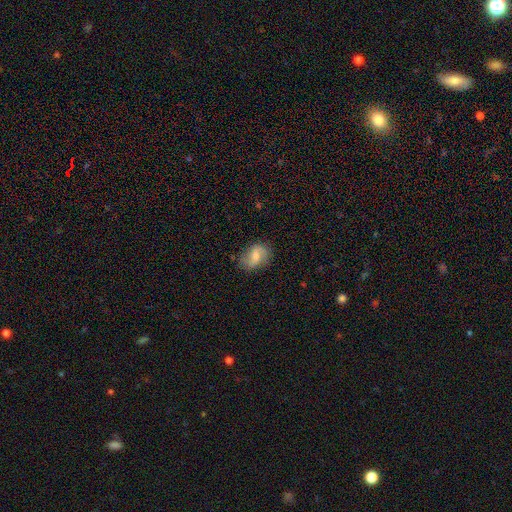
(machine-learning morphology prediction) Smooth or featured? featured or disk (53%)
Edge-on disk? no (97%)
Bar? weak (51%)
Spiral arms? yes (87%)
Bulge size? moderate (50%)
Merging? none (75%)